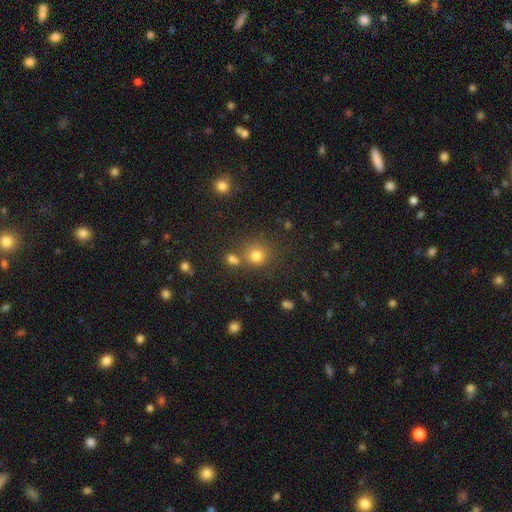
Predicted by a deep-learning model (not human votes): A smooth galaxy with no disk features (76%) that is round (86%).

Vote fractions:
- Smooth or featured? smooth: 76% / star or artifact: 16% / featured or disk: 8%
- How rounded? round: 86% / in between: 13% / cigar-shaped: 1%
- Merging? none: 66% / merger: 18% / minor disturbance: 11% / major disturbance: 5%